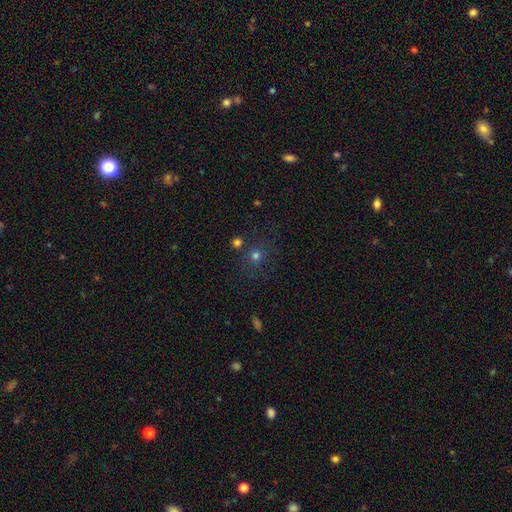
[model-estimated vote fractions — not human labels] smooth 67%, star or artifact 23%, featured or disk 9%. Down the decision tree: how rounded — round (90%); merging — none (75%).